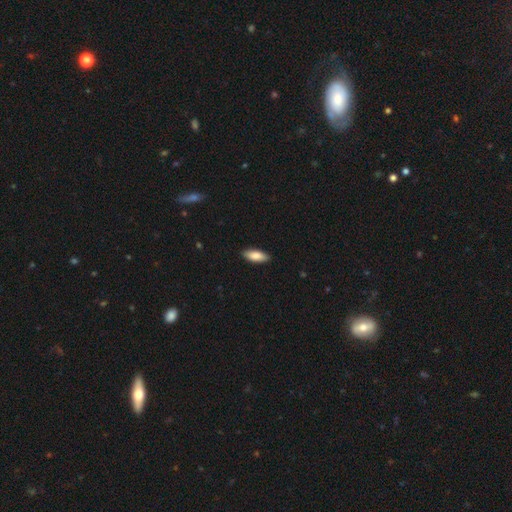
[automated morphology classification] Overall: smooth (84%). How rounded: in between (74%). Merging: none (89%).